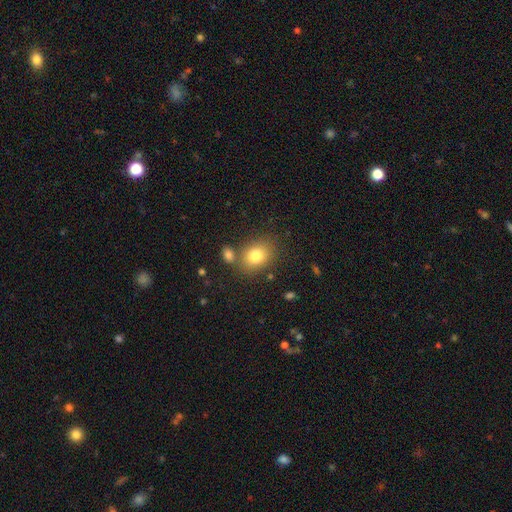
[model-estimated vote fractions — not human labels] smooth_or_featured: smooth (p=0.80) [alt: star or artifact p=0.10]
how_rounded: in between (p=0.58) [alt: round p=0.41]
merging: none (p=0.71) [alt: merger p=0.13]